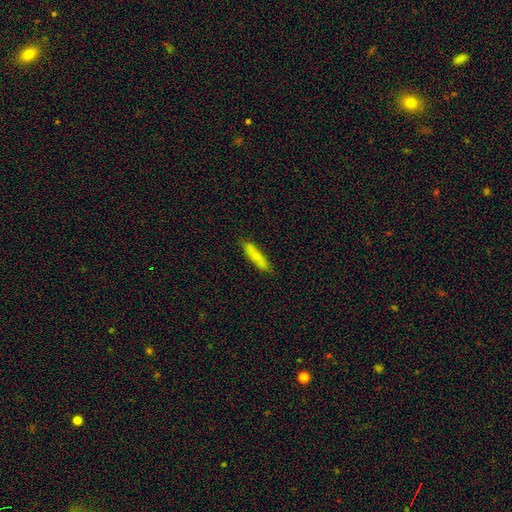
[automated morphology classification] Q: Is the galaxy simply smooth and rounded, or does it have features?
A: smooth — 76%.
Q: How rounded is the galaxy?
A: cigar-shaped — 79%.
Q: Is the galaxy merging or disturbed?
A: none — 84%.